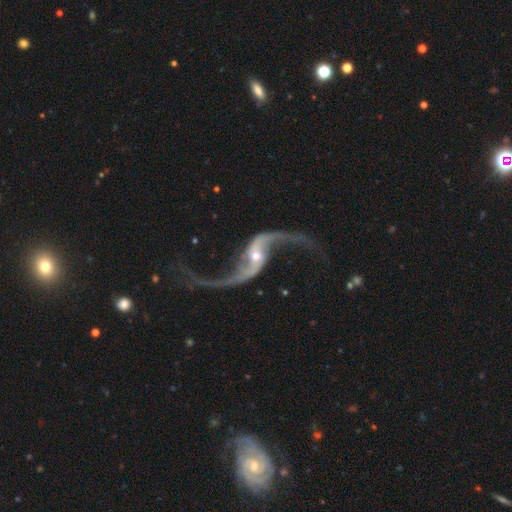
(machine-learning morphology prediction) Smooth or featured?
  - featured or disk: 93% *
  - star or artifact: 4%
  - smooth: 2%
Edge-on disk?
  - no: 96% *
  - yes: 4%
Bar?
  - no: 35% *
  - weak: 34%
  - strong: 31%
Spiral arms?
  - yes: 98% *
  - no: 2%
Spiral winding?
  - loose: 93% *
  - medium: 5%
  - tight: 2%
Spiral arm count?
  - 2: 95% *
  - 1: 1%
  - can't tell: 1%
  - 3: 1%
  - 4: 1%
  - more than 4: 1%
Bulge size?
  - small: 60% *
  - moderate: 34%
  - large: 2%
  - none: 2%
  - dominant: 1%
Merging?
  - none: 72% *
  - minor disturbance: 13%
  - major disturbance: 11%
  - merger: 4%